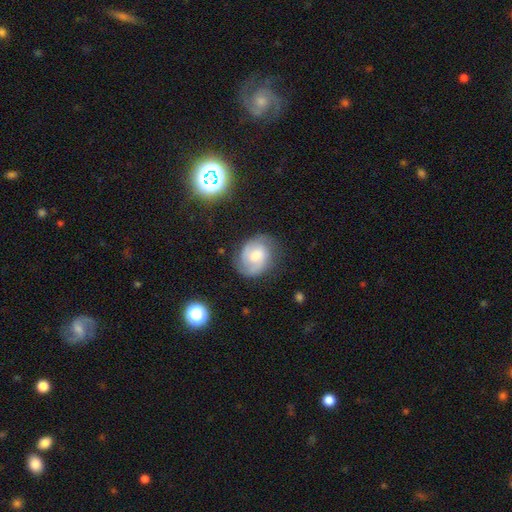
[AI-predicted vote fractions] featured or disk 62%, smooth 30%, star or artifact 8%. Down the decision tree: edge-on disk — no (97%); bar — weak (46%); spiral arms — yes (91%); spiral arm count — 2 (73%); spiral winding — medium (44%); bulge size — moderate (50%); merging — none (71%).